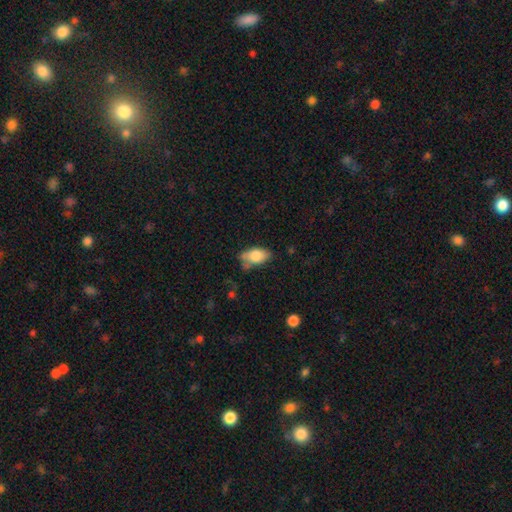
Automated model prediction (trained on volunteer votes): Smooth or featured? smooth (79%)
How rounded? in between (91%)
Merging? none (49%)